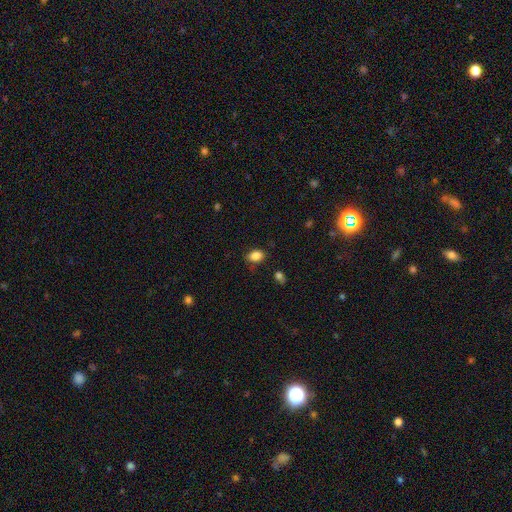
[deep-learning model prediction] Smooth or featured? smooth (86%)
How rounded? in between (79%)
Merging? none (79%)